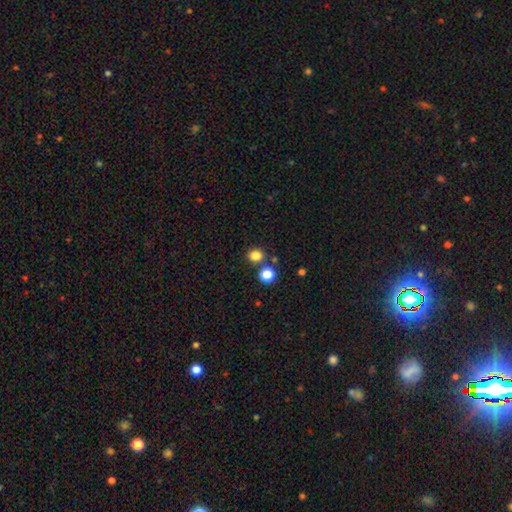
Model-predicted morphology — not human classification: smooth_or_featured: smooth (p=0.82) [alt: star or artifact p=0.13]
how_rounded: round (p=0.76) [alt: in between p=0.23]
merging: none (p=0.78) [alt: merger p=0.12]